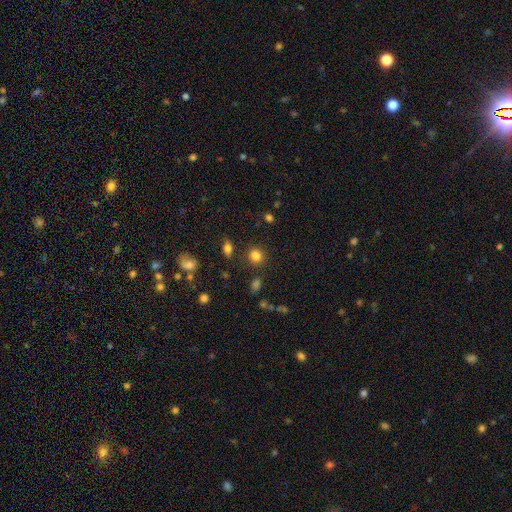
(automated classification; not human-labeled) This appears to be a smooth galaxy with no disk features (82%) that is round (83%). Merging: none (83%).